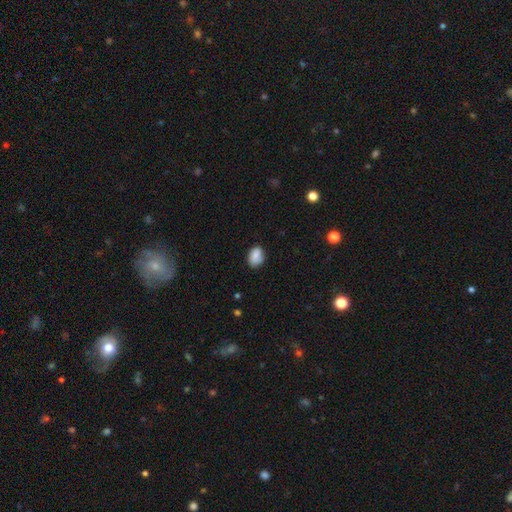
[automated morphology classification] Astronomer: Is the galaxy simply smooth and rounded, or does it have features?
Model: smooth — 80%.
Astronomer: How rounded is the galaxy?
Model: in between — 72%.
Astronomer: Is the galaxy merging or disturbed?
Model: none — 71%.